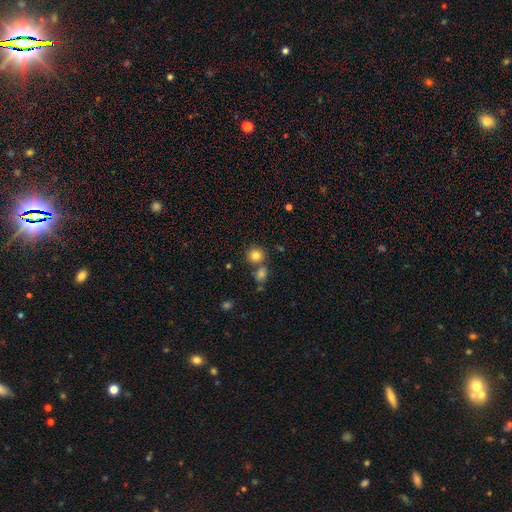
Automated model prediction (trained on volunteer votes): This is clearly a smooth galaxy (82%). How rounded: clearly round (87%). Merging: likely none (67%).